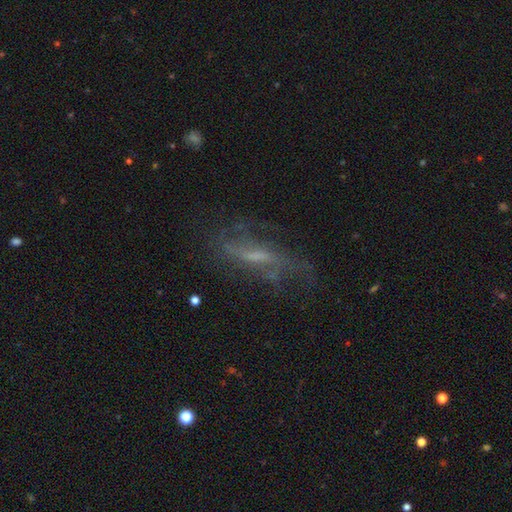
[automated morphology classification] smooth-or-featured: featured or disk: 66% | smooth: 22% | star or artifact: 12%
  disk-edge-on: no: 73% | yes: 27%
  merging: none: 57% | minor disturbance: 21% | major disturbance: 19% | merger: 3%